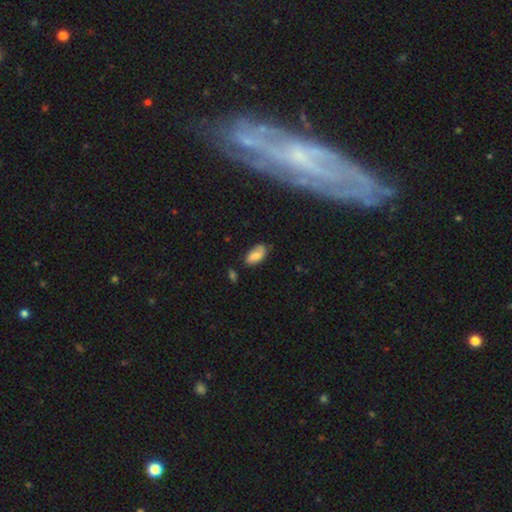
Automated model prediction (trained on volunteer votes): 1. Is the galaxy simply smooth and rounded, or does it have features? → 69% smooth, 22% featured or disk, 8% star or artifact.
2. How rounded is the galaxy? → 93% in between, 4% round, 3% cigar-shaped.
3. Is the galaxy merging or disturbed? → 62% none, 28% minor disturbance, 7% major disturbance, 3% merger.